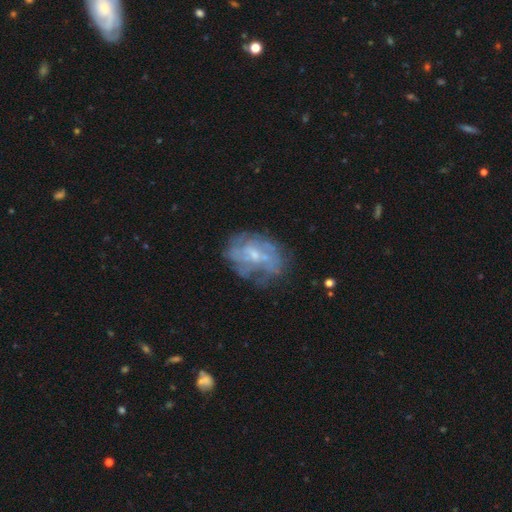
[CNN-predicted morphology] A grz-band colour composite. It shows a featured or disk galaxy (60%) with no bar (50%), spiral arms (65%) and a small central bulge (55%). Merging: none (67%).